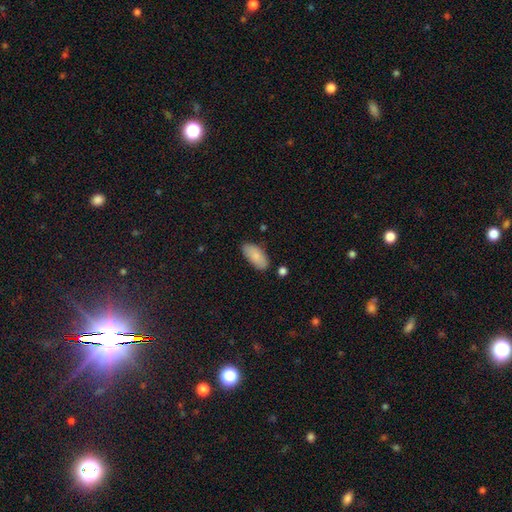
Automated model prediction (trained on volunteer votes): A smooth galaxy with no disk features (85%) that is in between round and cigar-shaped (92%).

Vote fractions:
- Smooth or featured? smooth: 85% / featured or disk: 9% / star or artifact: 6%
- How rounded? in between: 92% / cigar-shaped: 6% / round: 2%
- Merging? none: 79% / minor disturbance: 16% / merger: 3% / major disturbance: 3%